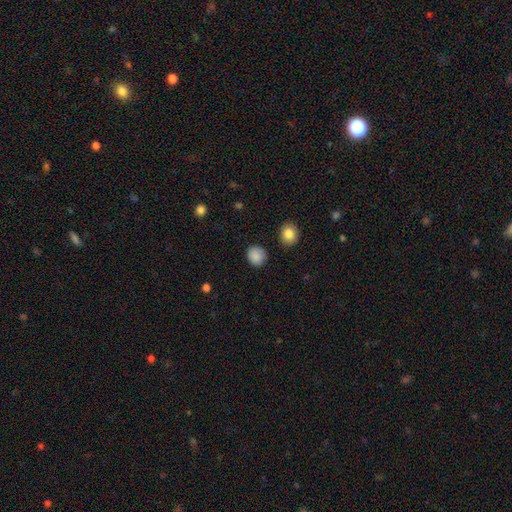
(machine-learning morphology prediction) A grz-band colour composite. It shows a smooth galaxy with no disk features (87%) that is round (81%). Merging: none (86%).